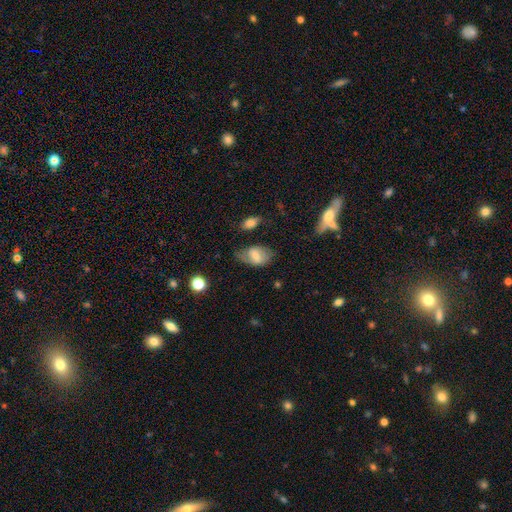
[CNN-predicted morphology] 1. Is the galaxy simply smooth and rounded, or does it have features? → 57% smooth, 35% featured or disk, 8% star or artifact.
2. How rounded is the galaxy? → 88% in between, 10% round, 2% cigar-shaped.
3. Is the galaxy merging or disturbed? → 57% none, 27% minor disturbance, 12% major disturbance, 3% merger.